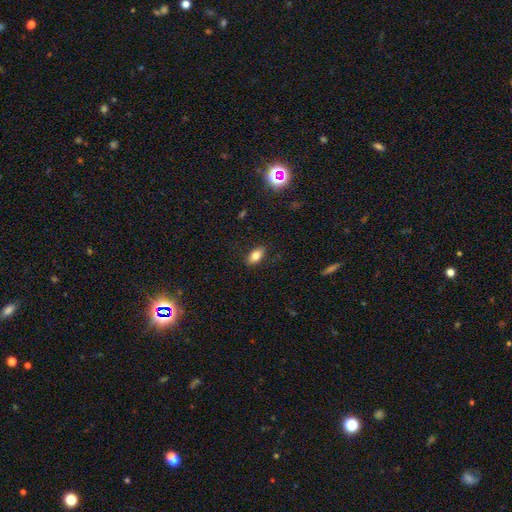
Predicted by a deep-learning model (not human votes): Smooth or featured: smooth — 80% (featured or disk — 11%)
How rounded: in between — 88% (cigar-shaped — 6%)
Merging: none — 86% (minor disturbance — 10%)